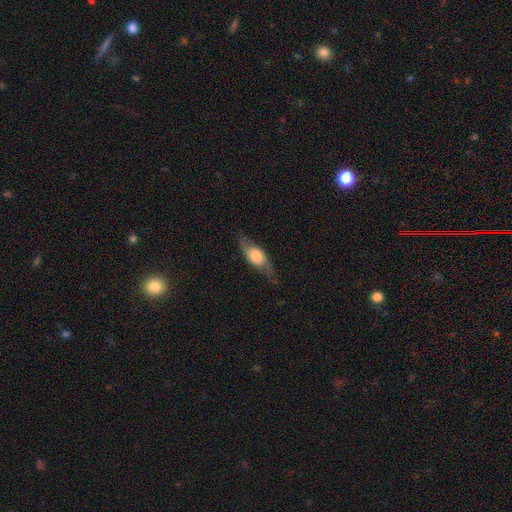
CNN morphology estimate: Smooth or featured?
  - smooth: 54% *
  - featured or disk: 39%
  - star or artifact: 6%
How rounded?
  - in between: 65% *
  - cigar-shaped: 30%
  - round: 5%
Merging?
  - none: 72% *
  - minor disturbance: 20%
  - major disturbance: 6%
  - merger: 1%